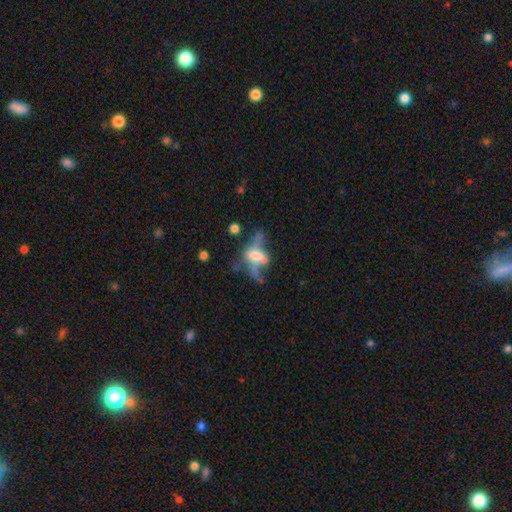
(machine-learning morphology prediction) A featured or disk galaxy (56%).

Vote fractions:
- Smooth or featured? featured or disk: 56% / smooth: 32% / star or artifact: 11%
- Edge-on disk? no: 71% / yes: 29%
- Merging? major disturbance: 37% / none: 27% / merger: 20% / minor disturbance: 17%